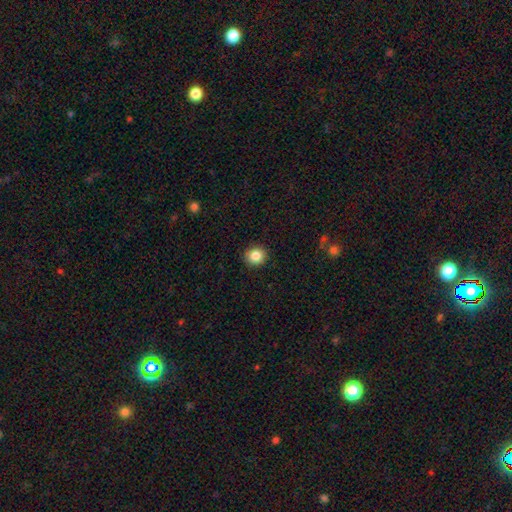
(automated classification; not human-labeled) Smooth or featured? Predicted: smooth (p=0.85). How rounded? Predicted: round (p=0.87). Merging? Predicted: none (p=0.91).